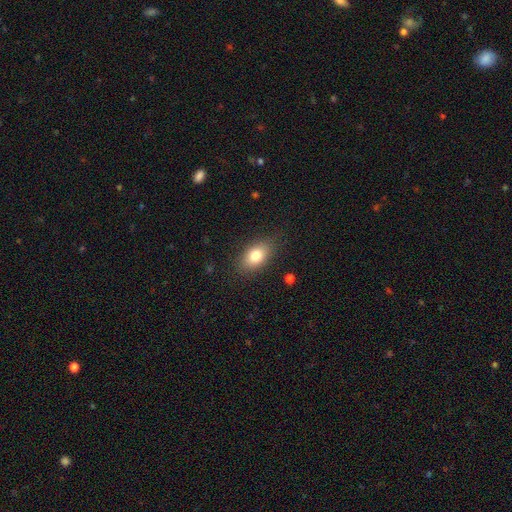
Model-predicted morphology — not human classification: smooth-or-featured: smooth: 79% | featured or disk: 12% | star or artifact: 9%
  how-rounded: in between: 85% | round: 12% | cigar-shaped: 3%
  merging: none: 83% | minor disturbance: 12% | major disturbance: 3% | merger: 1%